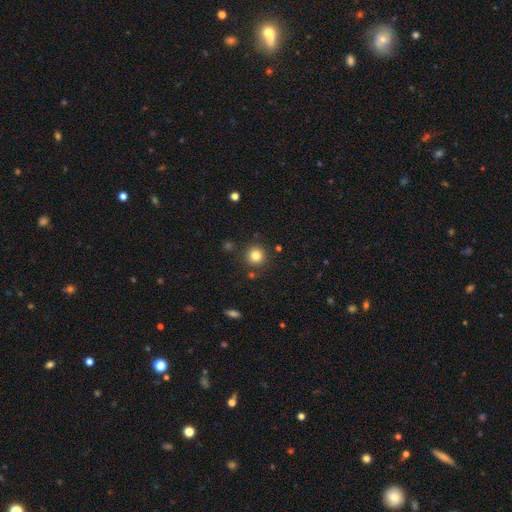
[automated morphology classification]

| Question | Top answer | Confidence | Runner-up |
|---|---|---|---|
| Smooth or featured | smooth | 82% | star or artifact (12%) |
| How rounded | round | 94% | in between (5%) |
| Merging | none | 87% | minor disturbance (7%) |